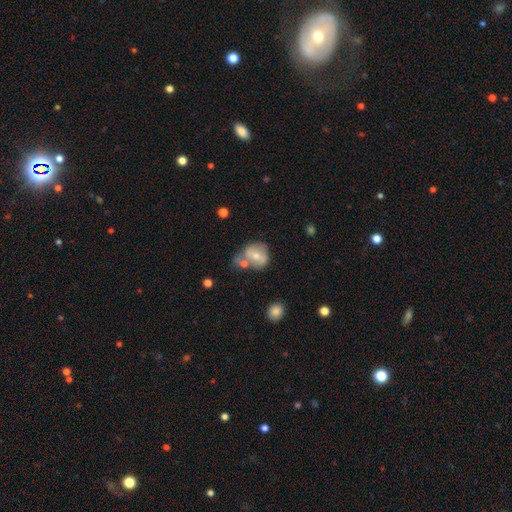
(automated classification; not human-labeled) Q: Smooth or featured?
A: smooth (55%); runner-up: featured or disk (37%)
Q: How rounded?
A: round (62%); runner-up: in between (37%)
Q: Merging?
A: none (38%); runner-up: merger (32%)